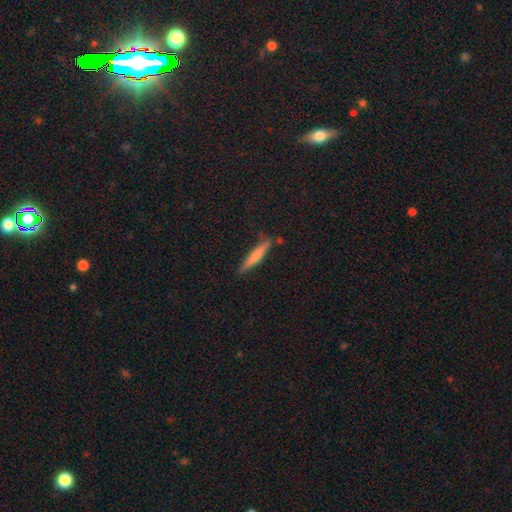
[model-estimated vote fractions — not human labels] Morphology: type=smooth (60%); roundness=cigar-shaped (92%); merging=none (83%).